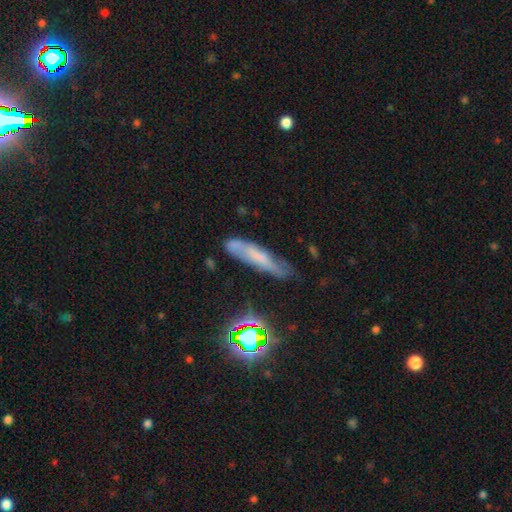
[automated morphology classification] Smooth or featured?
  - smooth: 40% * (tied)
  - featured or disk: 40% * (tied)
  - star or artifact: 20%
Merging?
  - none: 62% *
  - minor disturbance: 24%
  - major disturbance: 9%
  - merger: 4%